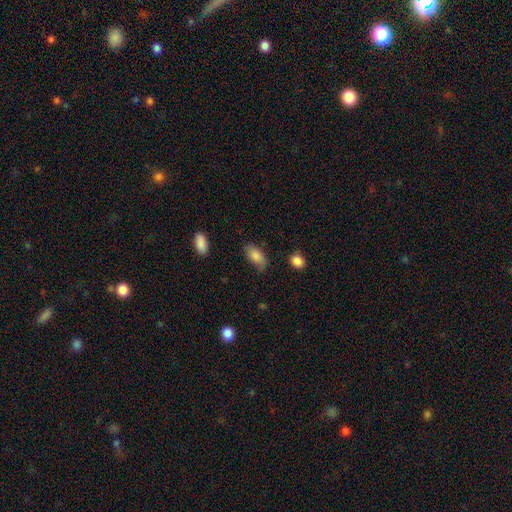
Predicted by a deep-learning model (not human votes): Smooth or featured?
  - smooth: 83% *
  - featured or disk: 10%
  - star or artifact: 7%
How rounded?
  - in between: 93% *
  - cigar-shaped: 4%
  - round: 3%
Merging?
  - none: 66% *
  - minor disturbance: 25%
  - major disturbance: 6%
  - merger: 2%